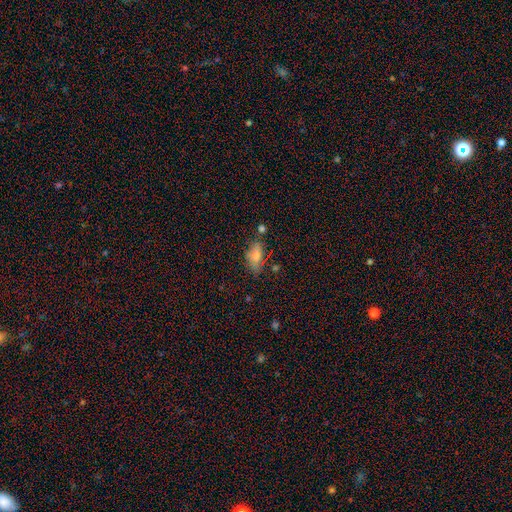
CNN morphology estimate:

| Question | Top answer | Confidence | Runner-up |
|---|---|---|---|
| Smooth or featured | smooth | 74% | featured or disk (16%) |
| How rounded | in between | 87% | cigar-shaped (8%) |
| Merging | none | 67% | minor disturbance (21%) |